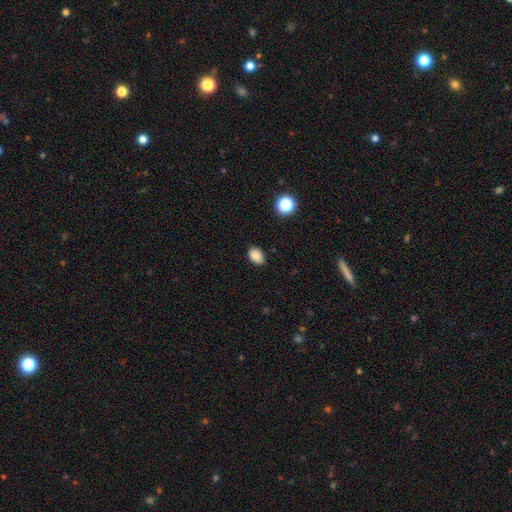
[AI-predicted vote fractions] Q: Smooth or featured?
A: smooth (87%); runner-up: star or artifact (10%)
Q: How rounded?
A: in between (81%); runner-up: round (18%)
Q: Merging?
A: none (86%); runner-up: minor disturbance (10%)